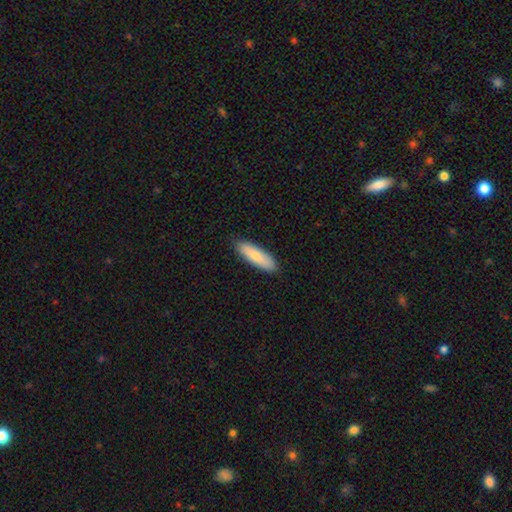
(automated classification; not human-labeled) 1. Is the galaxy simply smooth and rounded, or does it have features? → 81% smooth, 14% featured or disk, 5% star or artifact.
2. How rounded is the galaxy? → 56% cigar-shaped, 42% in between, 2% round.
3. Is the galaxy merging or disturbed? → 89% none, 9% minor disturbance, 2% major disturbance, 1% merger.